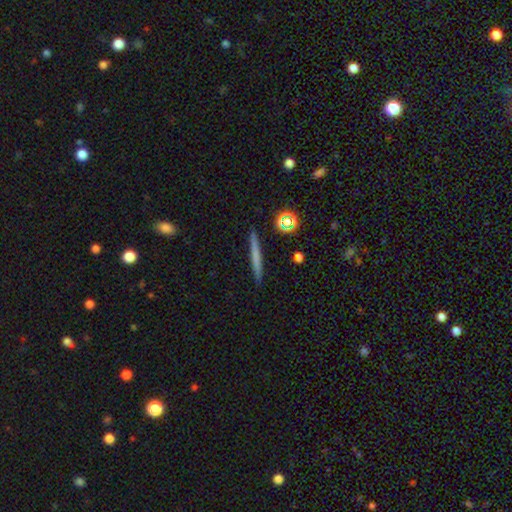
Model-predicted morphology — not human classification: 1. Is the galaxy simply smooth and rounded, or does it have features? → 60% smooth, 32% featured or disk, 7% star or artifact.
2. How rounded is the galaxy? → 96% cigar-shaped, 2% in between, 2% round.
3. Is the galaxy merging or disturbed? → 91% none, 6% minor disturbance, 1% merger, 1% major disturbance.